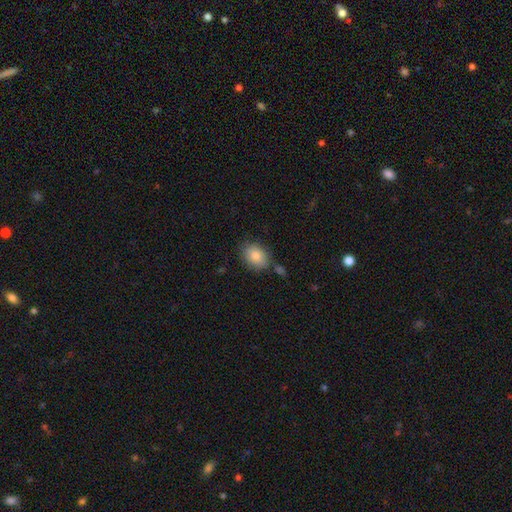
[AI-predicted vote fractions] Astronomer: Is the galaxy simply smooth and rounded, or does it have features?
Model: smooth — 84%.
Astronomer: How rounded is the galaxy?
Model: in between — 62%.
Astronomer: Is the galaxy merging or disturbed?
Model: none — 73%.